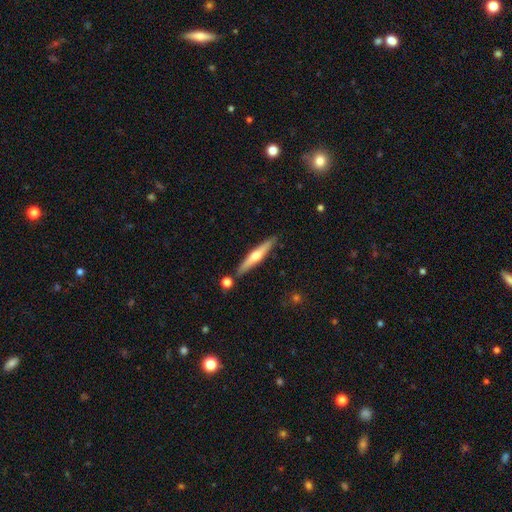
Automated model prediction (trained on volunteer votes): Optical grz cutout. It shows a featured or disk galaxy (58%) viewed edge-on (96%) with a rounded central bulge (88%). Merging: none (85%).